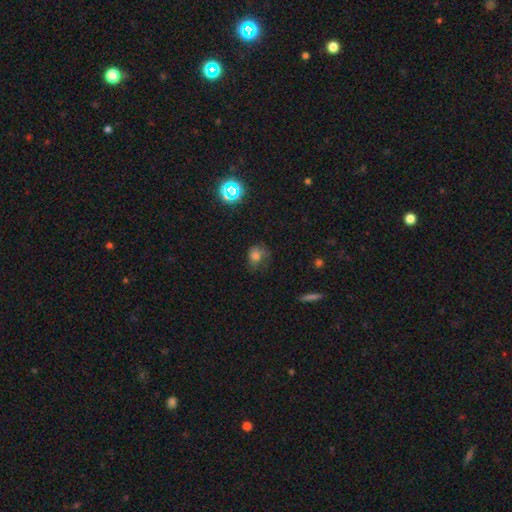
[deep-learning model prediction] A smooth galaxy with no disk features (69%) that is round (54%). Merging: none (44%).